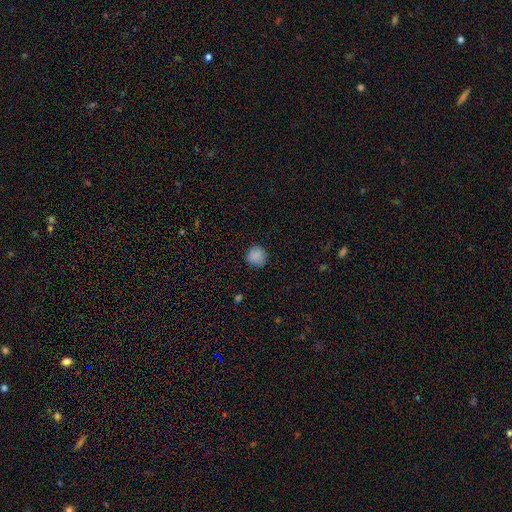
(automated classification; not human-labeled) smooth 86%, star or artifact 10%, featured or disk 4%. Down the decision tree: how rounded — round (90%); merging — none (84%).